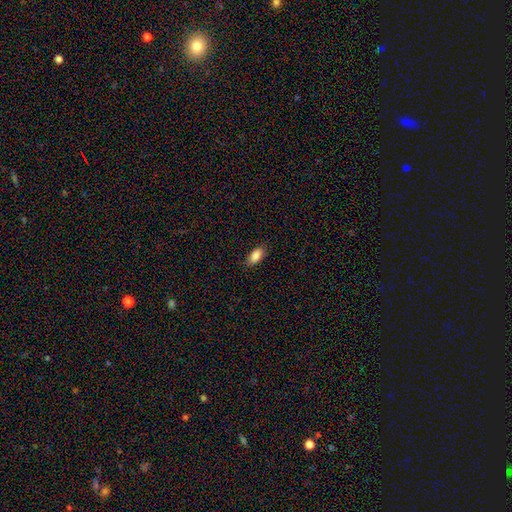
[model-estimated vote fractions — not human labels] smooth_or_featured: smooth (p=0.87) [alt: star or artifact p=0.07]
how_rounded: in between (p=0.90) [alt: cigar-shaped p=0.06]
merging: none (p=0.84) [alt: minor disturbance p=0.12]